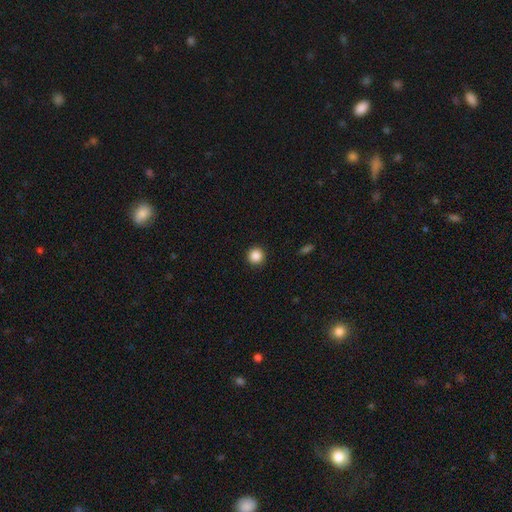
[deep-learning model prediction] This appears to be a smooth galaxy with no disk features (87%) that is round (95%). Merging: none (93%).